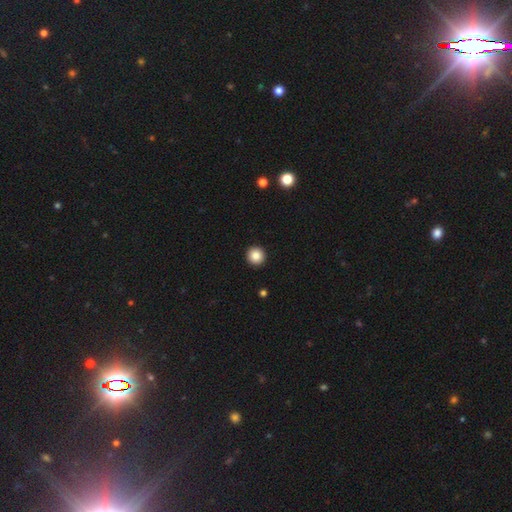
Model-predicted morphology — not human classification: Q: Smooth or featured?
A: smooth (87%); runner-up: star or artifact (9%)
Q: How rounded?
A: round (95%); runner-up: in between (4%)
Q: Merging?
A: none (94%); runner-up: minor disturbance (4%)